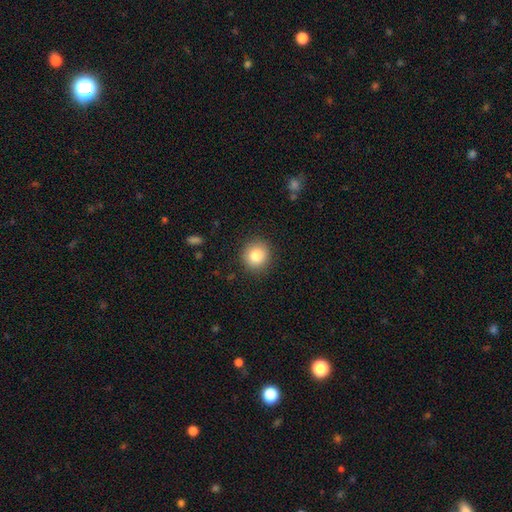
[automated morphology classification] smooth_or_featured: smooth (p=0.84) [alt: star or artifact p=0.09]
how_rounded: round (p=0.89) [alt: in between p=0.10]
merging: none (p=0.89) [alt: minor disturbance p=0.07]